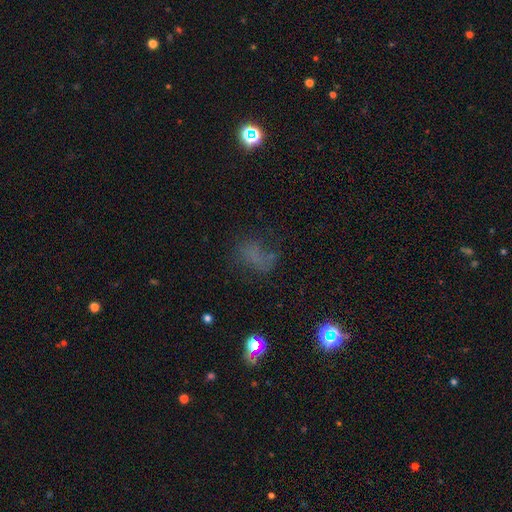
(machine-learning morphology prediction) A smooth galaxy with no disk features (46%). Merging: none (48%).